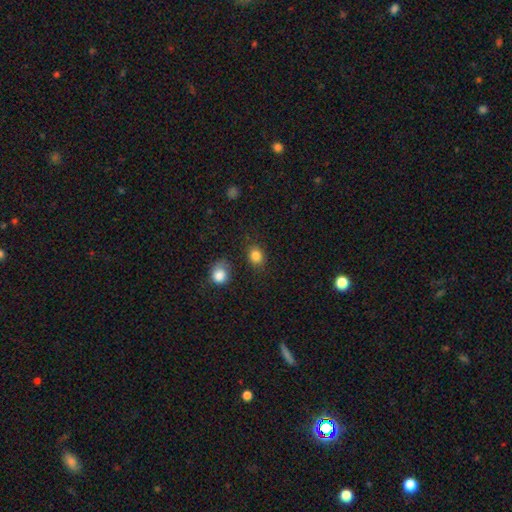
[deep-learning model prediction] A smooth galaxy with no disk features (84%) that is round (58%). Merging: none (80%).